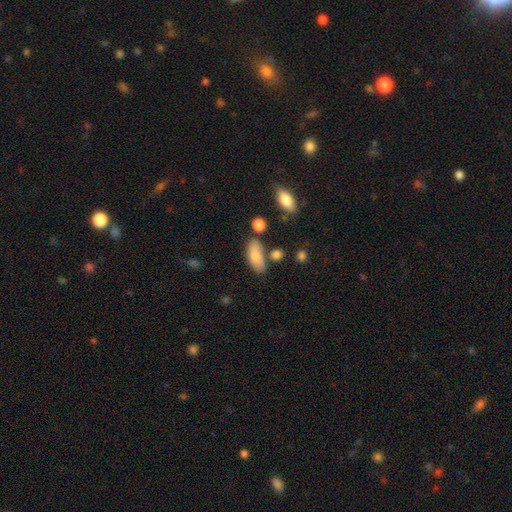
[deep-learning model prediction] smooth_or_featured: smooth (p=0.80) [alt: featured or disk p=0.13]
how_rounded: in between (p=0.86) [alt: cigar-shaped p=0.11]
merging: none (p=0.66) [alt: minor disturbance p=0.18]